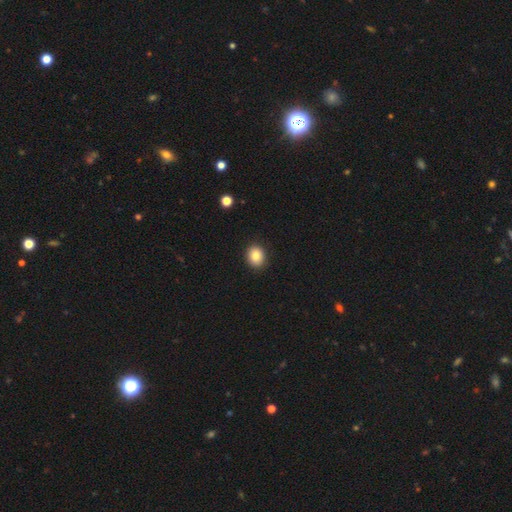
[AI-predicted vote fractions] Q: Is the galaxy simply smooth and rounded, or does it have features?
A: smooth — 83%.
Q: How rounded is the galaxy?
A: round — 68%.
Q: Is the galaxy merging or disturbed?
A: none — 91%.